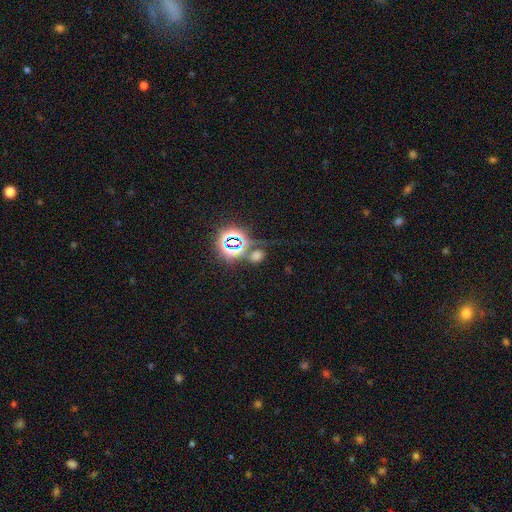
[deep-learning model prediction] Smooth or featured: star or artifact — 48% (smooth — 44%)